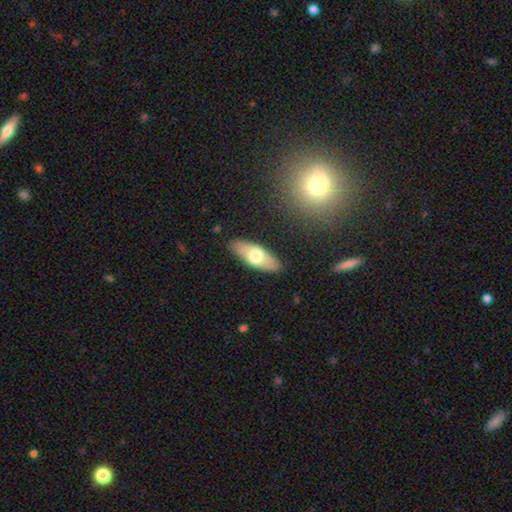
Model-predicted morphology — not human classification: The model was most divided on "smooth or featured": smooth: 62%, featured or disk: 33%, star or artifact: 6%. More confident: merging — none (87%); how rounded — in between (72%).